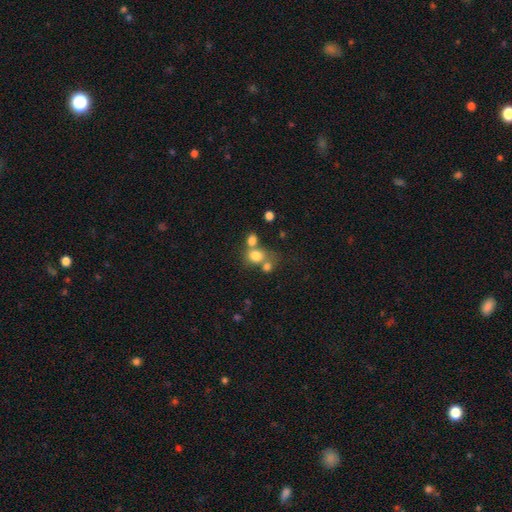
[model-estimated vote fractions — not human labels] A smooth galaxy with no disk features (75%) that is round (64%).

Vote fractions:
- Smooth or featured? smooth: 75% / star or artifact: 13% / featured or disk: 12%
- How rounded? round: 64% / in between: 34% / cigar-shaped: 1%
- Merging? merger: 44% / none: 40% / minor disturbance: 10% / major disturbance: 6%